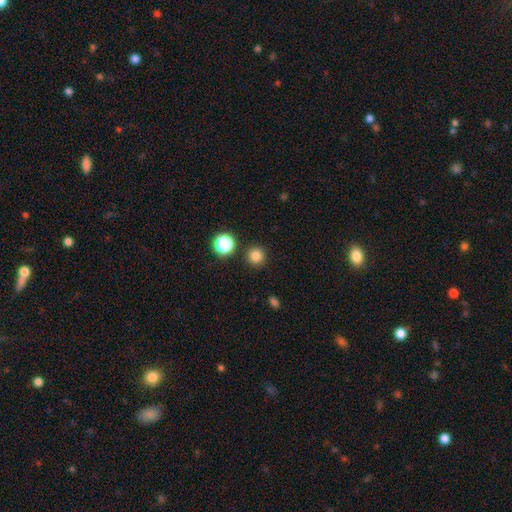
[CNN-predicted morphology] This appears to be a smooth galaxy with no disk features (82%) that is round (95%). Merging: none (90%).